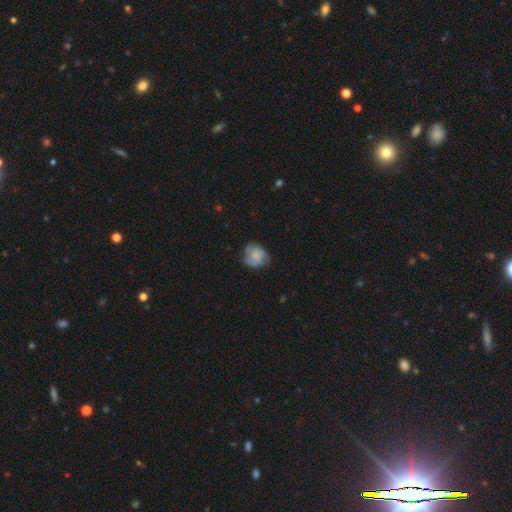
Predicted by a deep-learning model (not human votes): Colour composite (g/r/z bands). It shows a smooth galaxy with no disk features (51%) that is round (75%). Merging: none (63%).